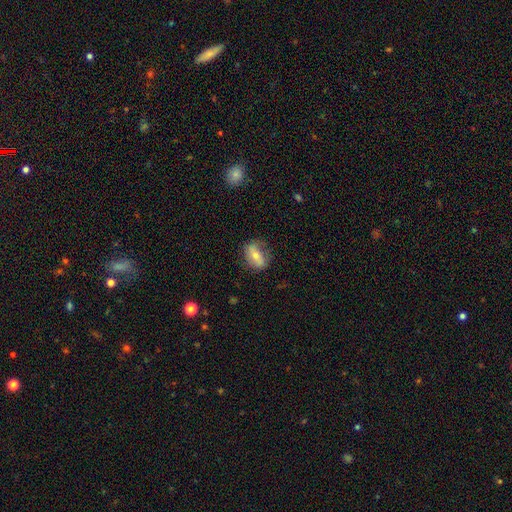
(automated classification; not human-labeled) Smooth or featured: smooth — 51% (featured or disk — 41%)
How rounded: in between — 75% (round — 20%)
Merging: none — 67% (minor disturbance — 22%)